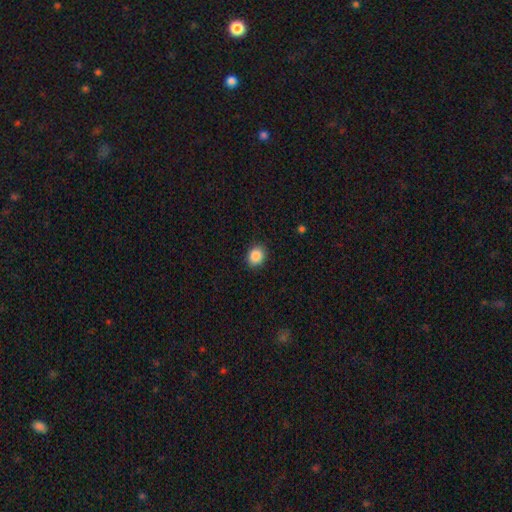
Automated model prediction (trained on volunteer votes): Smooth or featured? Predicted: smooth (p=0.88). How rounded? Predicted: round (p=0.61). Merging? Predicted: none (p=0.89).